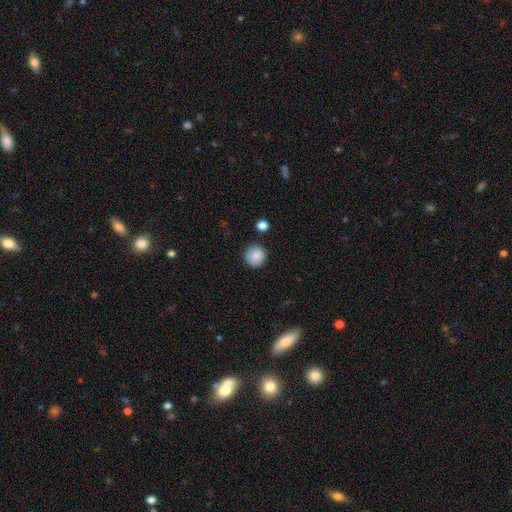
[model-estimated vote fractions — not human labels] smooth_or_featured: smooth (p=0.84) [alt: star or artifact p=0.08]
how_rounded: round (p=0.94) [alt: in between p=0.05]
merging: none (p=0.87) [alt: minor disturbance p=0.09]